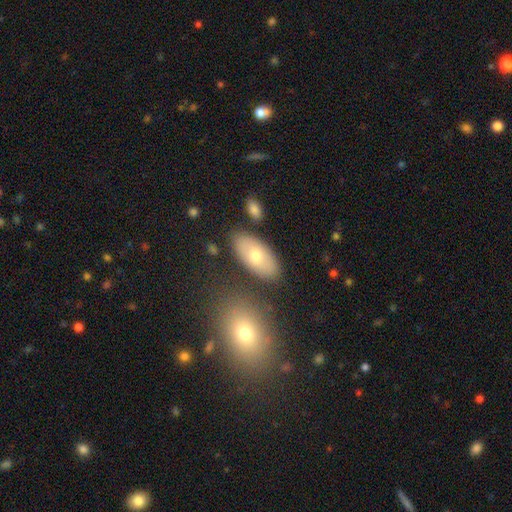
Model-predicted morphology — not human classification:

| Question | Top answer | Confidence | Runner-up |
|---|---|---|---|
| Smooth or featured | smooth | 69% | featured or disk (24%) |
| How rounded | in between | 93% | cigar-shaped (4%) |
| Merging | none | 78% | minor disturbance (11%) |